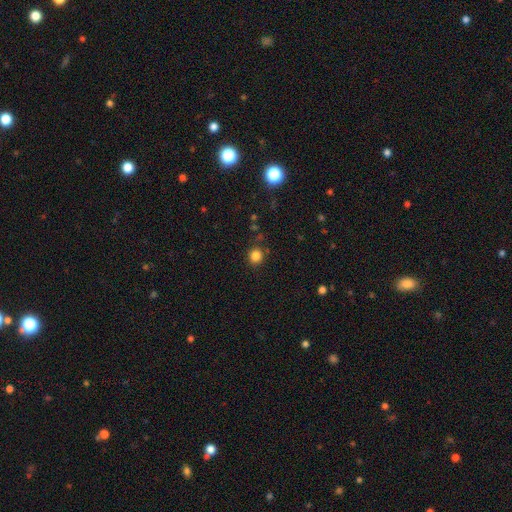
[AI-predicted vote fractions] Smooth or featured?
  - smooth: 83% *
  - star or artifact: 13%
  - featured or disk: 4%
How rounded?
  - round: 90% *
  - in between: 9%
  - cigar-shaped: 1%
Merging?
  - none: 86% *
  - minor disturbance: 8%
  - merger: 3%
  - major disturbance: 3%